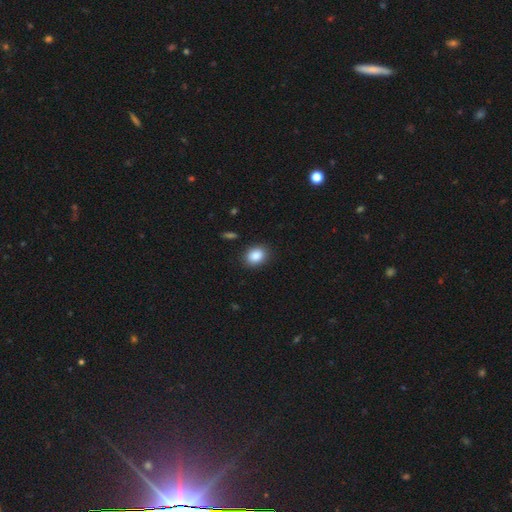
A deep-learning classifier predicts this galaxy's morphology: Smooth or featured? Predicted: smooth (p=0.88). How rounded? Predicted: in between (p=0.59). Merging? Predicted: none (p=0.88).